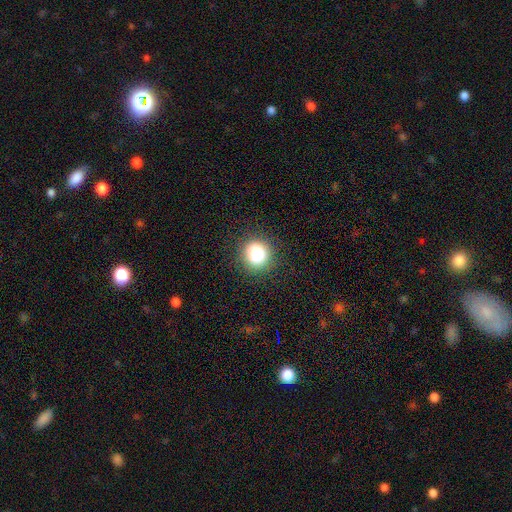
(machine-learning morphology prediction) Q: Smooth or featured?
A: smooth (86%); runner-up: star or artifact (10%)
Q: How rounded?
A: round (88%); runner-up: in between (12%)
Q: Merging?
A: none (88%); runner-up: minor disturbance (8%)